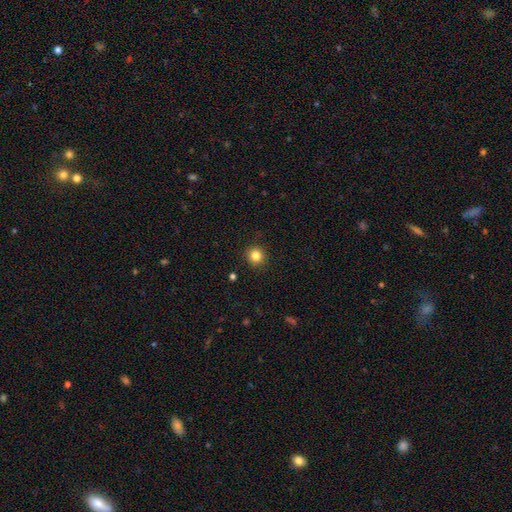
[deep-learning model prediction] Morphology: type=smooth (84%); roundness=round (94%); merging=none (92%).